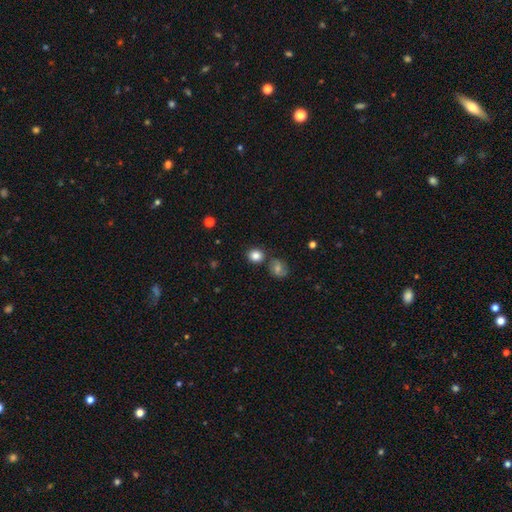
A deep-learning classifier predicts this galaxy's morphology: A smooth galaxy with no disk features (83%) that is round (79%).

Vote fractions:
- Smooth or featured? smooth: 83% / star or artifact: 10% / featured or disk: 7%
- How rounded? round: 79% / in between: 20% / cigar-shaped: 1%
- Merging? none: 76% / merger: 11% / minor disturbance: 10% / major disturbance: 3%